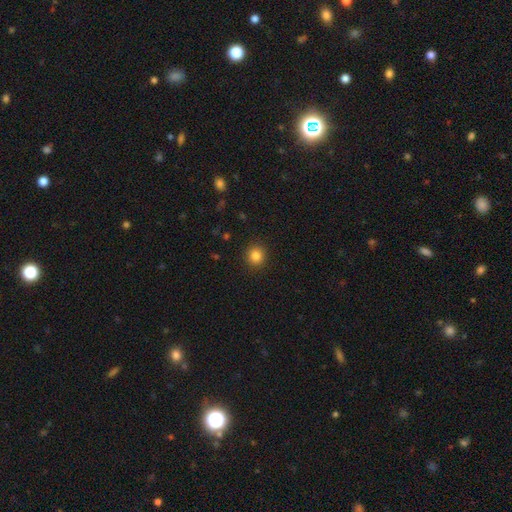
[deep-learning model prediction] smooth_or_featured: smooth (p=0.84) [alt: star or artifact p=0.11]
how_rounded: round (p=0.91) [alt: in between p=0.08]
merging: none (p=0.91) [alt: minor disturbance p=0.06]